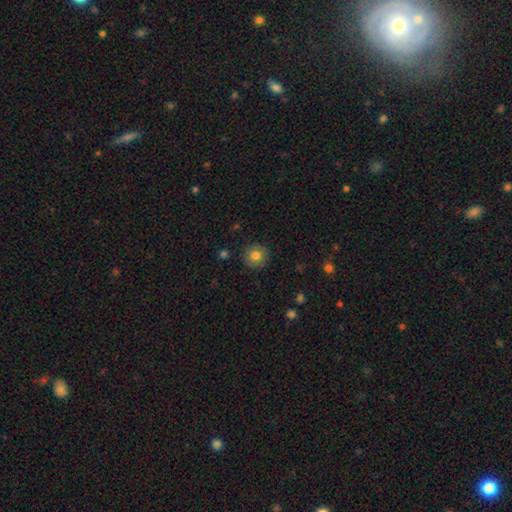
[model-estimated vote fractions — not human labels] A smooth galaxy with no disk features (81%) that is round (92%).

Vote fractions:
- Smooth or featured? smooth: 81% / featured or disk: 10% / star or artifact: 9%
- How rounded? round: 92% / in between: 7% / cigar-shaped: 1%
- Merging? none: 89% / minor disturbance: 7% / major disturbance: 2% / merger: 1%